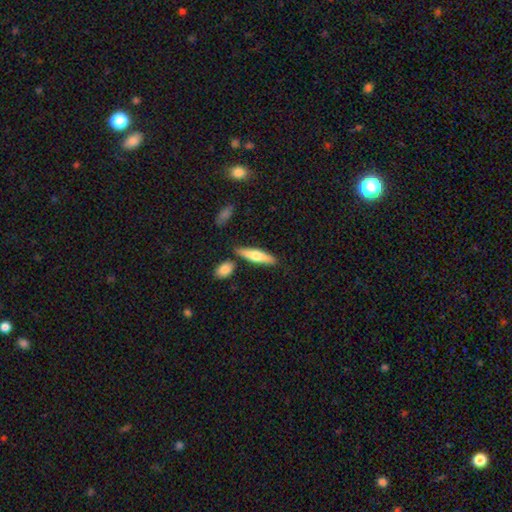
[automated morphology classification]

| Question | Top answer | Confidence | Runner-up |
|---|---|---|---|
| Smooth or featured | smooth | 60% | featured or disk (34%) |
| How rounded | cigar-shaped | 74% | in between (24%) |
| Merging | none | 80% | minor disturbance (11%) |